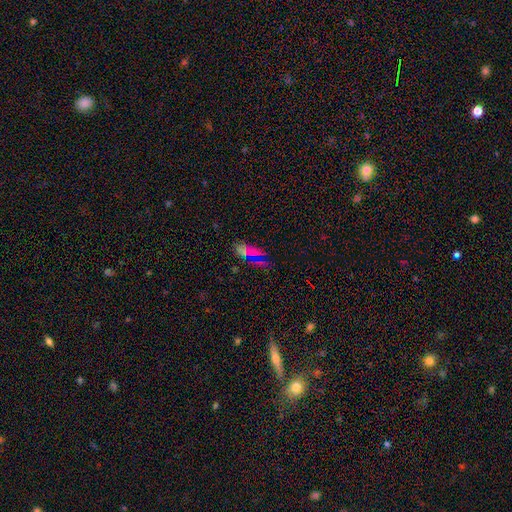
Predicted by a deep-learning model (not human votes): This is marginally a star or artifact rather than a galaxy (44%).